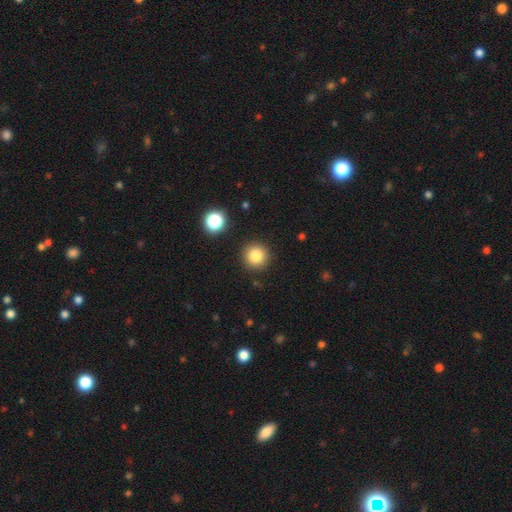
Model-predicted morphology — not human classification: This appears to be a smooth galaxy with no disk features (83%) that is round (94%). Merging: none (90%).